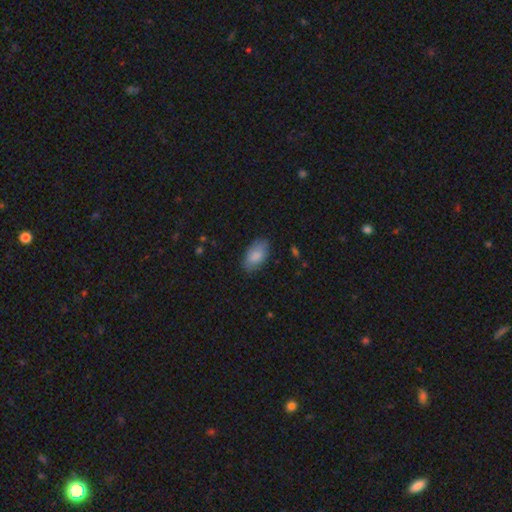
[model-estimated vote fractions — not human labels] A smooth galaxy with no disk features (86%) that is in between round and cigar-shaped (94%). Merging: none (82%).